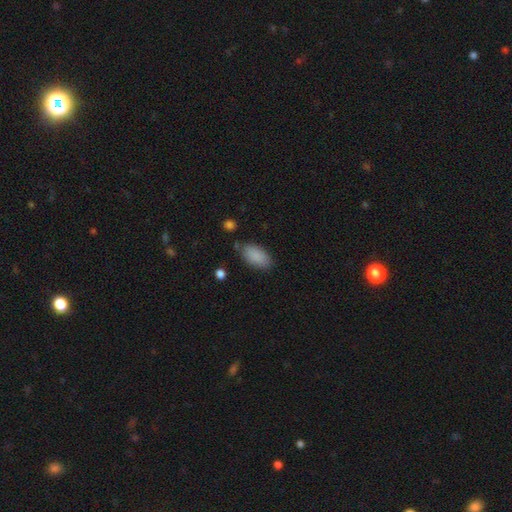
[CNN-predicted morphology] Smooth or featured? Predicted: smooth (p=0.88). How rounded? Predicted: in between (p=0.93). Merging? Predicted: none (p=0.78).